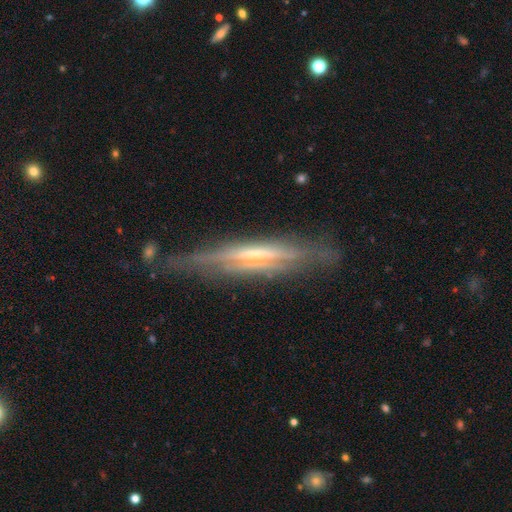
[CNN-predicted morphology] smooth-or-featured: featured or disk: 79% | smooth: 15% | star or artifact: 6%
  disk-edge-on: yes: 94% | no: 6%
    edge-on-bulge: rounded: 44% | none: 39% | boxy: 17%
  merging: none: 76% | minor disturbance: 17% | major disturbance: 5% | merger: 2%